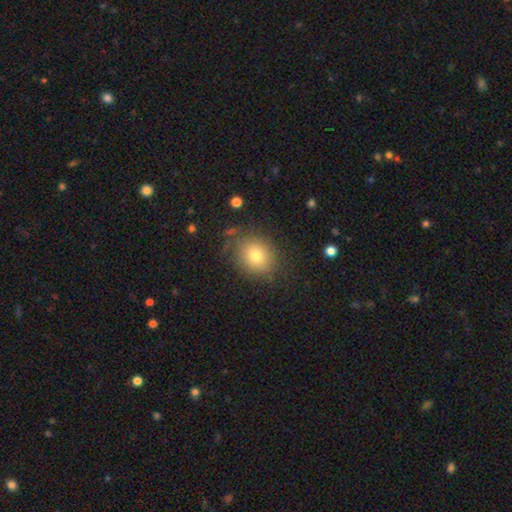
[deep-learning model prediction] smooth_or_featured: smooth (p=0.75) [alt: star or artifact p=0.13]
how_rounded: round (p=0.71) [alt: in between p=0.28]
merging: none (p=0.79) [alt: minor disturbance p=0.13]